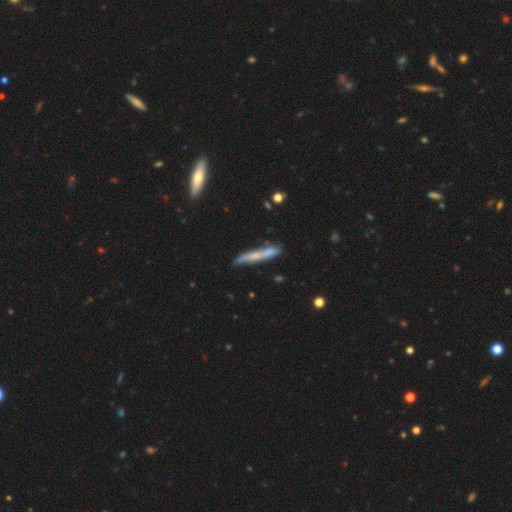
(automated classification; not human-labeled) A smooth galaxy with no disk features (53%) that is cigar-shaped (94%).

Vote fractions:
- Smooth or featured? smooth: 53% / featured or disk: 40% / star or artifact: 7%
- How rounded? cigar-shaped: 94% / in between: 4% / round: 2%
- Merging? none: 72% / minor disturbance: 19% / merger: 5% / major disturbance: 4%